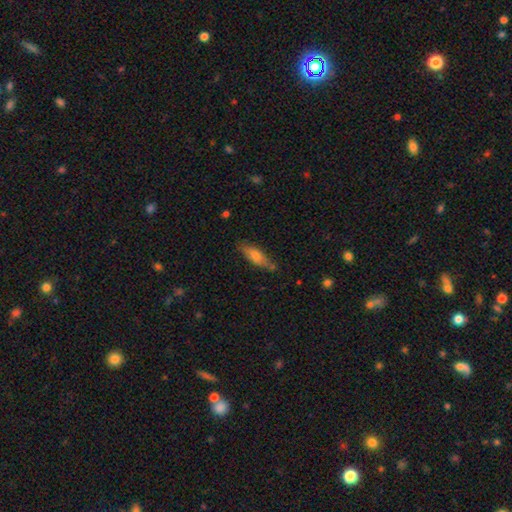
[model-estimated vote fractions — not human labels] Morphology: type=smooth (62%); roundness=cigar-shaped (56%); merging=none (76%).